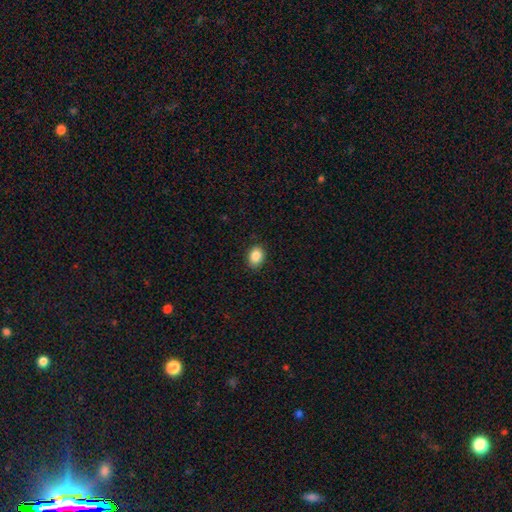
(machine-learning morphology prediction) Overall: smooth (87%). How rounded: in between (64%; round 35%). Merging: none (89%).